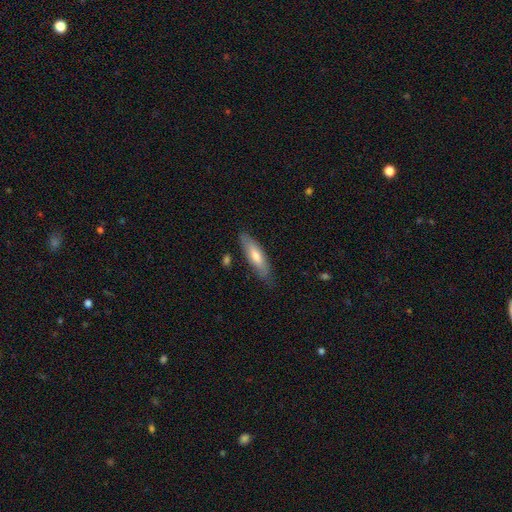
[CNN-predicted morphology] smooth-or-featured: smooth: 58% | featured or disk: 35% | star or artifact: 7%
  how-rounded: cigar-shaped: 66% | in between: 33% | round: 2%
  merging: none: 80% | minor disturbance: 15% | major disturbance: 3% | merger: 2%